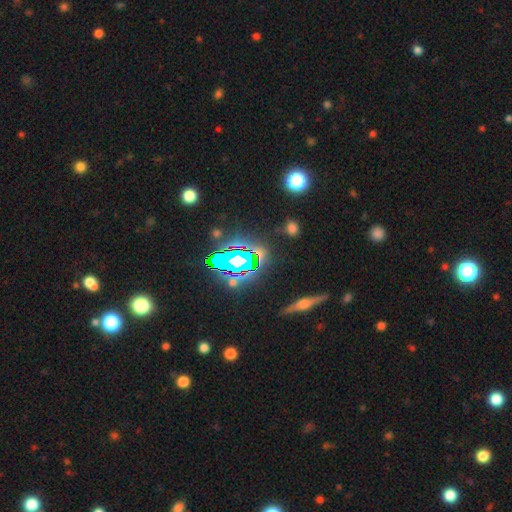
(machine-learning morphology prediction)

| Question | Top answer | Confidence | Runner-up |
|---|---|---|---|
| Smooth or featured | star or artifact | 71% | smooth (17%) |